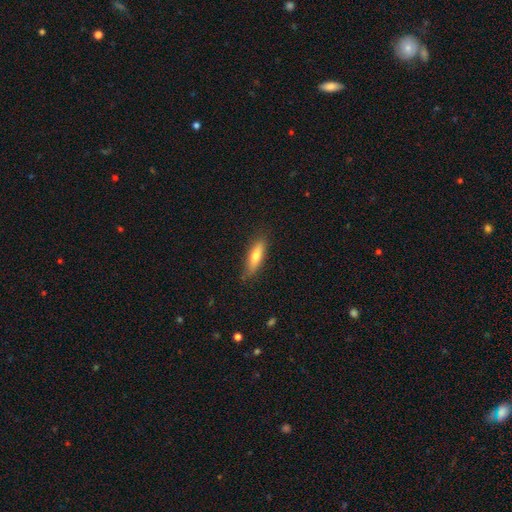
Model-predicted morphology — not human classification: Q: Smooth or featured?
A: smooth (67%); runner-up: featured or disk (26%)
Q: How rounded?
A: cigar-shaped (58%); runner-up: in between (40%)
Q: Merging?
A: none (81%); runner-up: minor disturbance (15%)